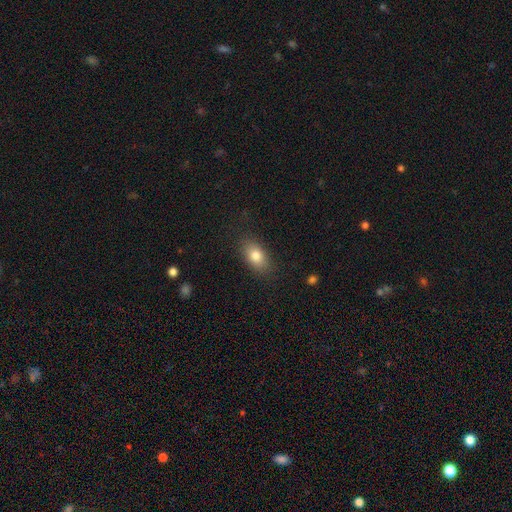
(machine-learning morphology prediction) smooth 80%, featured or disk 11%, star or artifact 9%. Down the decision tree: how rounded — in between (86%); merging — none (84%).